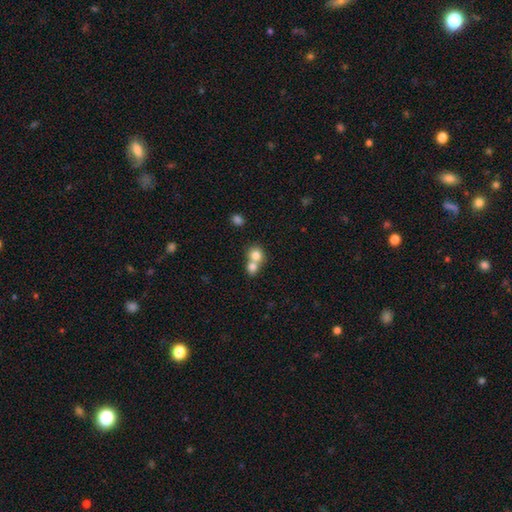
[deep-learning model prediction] The model was most divided on "merging": merger: 63%, none: 30%, minor disturbance: 4%, major disturbance: 2%. More confident: how rounded — round (79%); smooth or featured — smooth (78%).